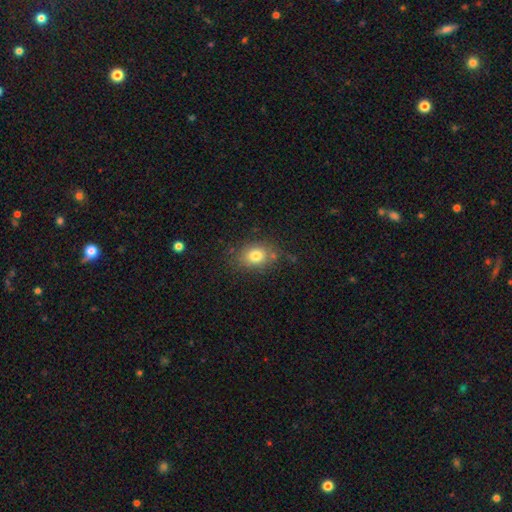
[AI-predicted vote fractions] The model was most divided on "how rounded": in between: 59%, round: 40%, cigar-shaped: 1%. More confident: smooth or featured — smooth (78%); merging — none (75%).